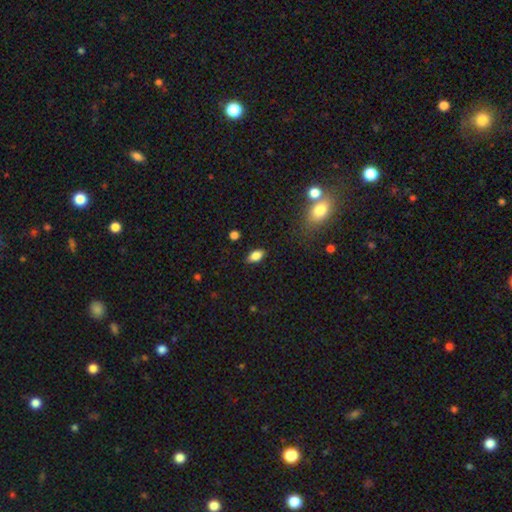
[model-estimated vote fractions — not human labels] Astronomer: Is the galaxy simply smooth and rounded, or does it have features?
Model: smooth — 81%.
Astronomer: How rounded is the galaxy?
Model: in between — 89%.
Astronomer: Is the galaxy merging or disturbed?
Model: none — 86%.